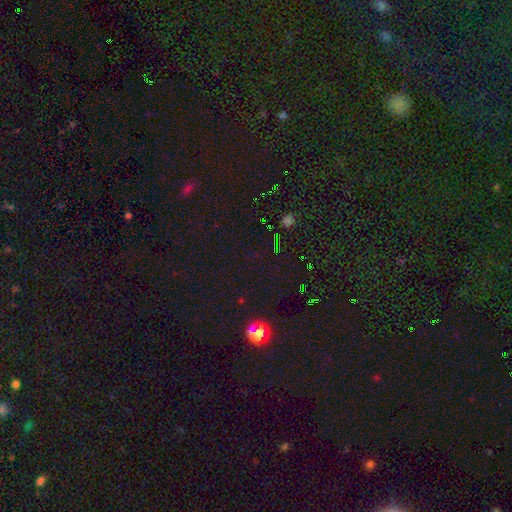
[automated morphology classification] smooth_or_featured: star or artifact (p=0.80) [alt: smooth p=0.13]